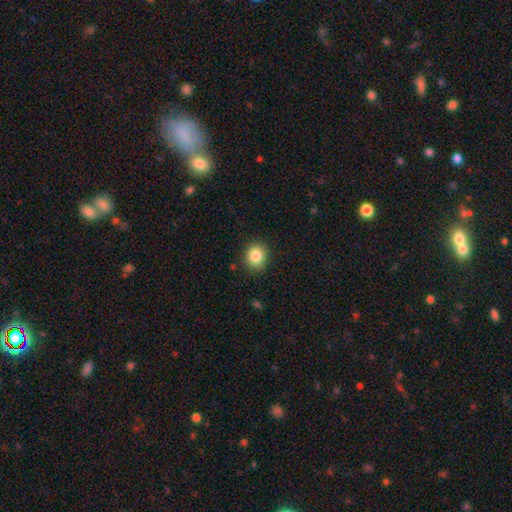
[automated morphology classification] smooth_or_featured: smooth (p=0.85) [alt: star or artifact p=0.09]
how_rounded: round (p=0.70) [alt: in between p=0.29]
merging: none (p=0.87) [alt: minor disturbance p=0.09]